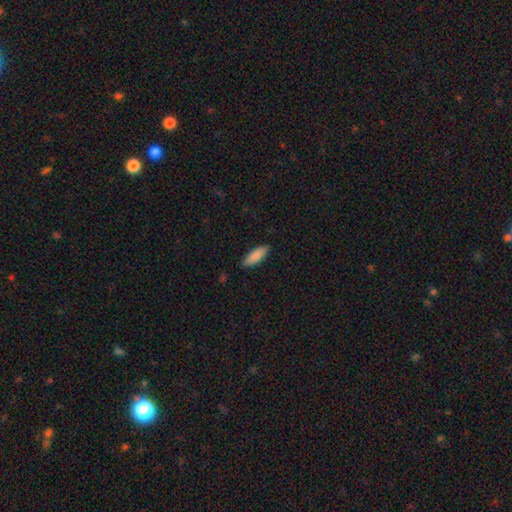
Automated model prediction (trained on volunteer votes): A smooth galaxy with no disk features (87%) that is in between round and cigar-shaped (65%). Merging: none (86%).